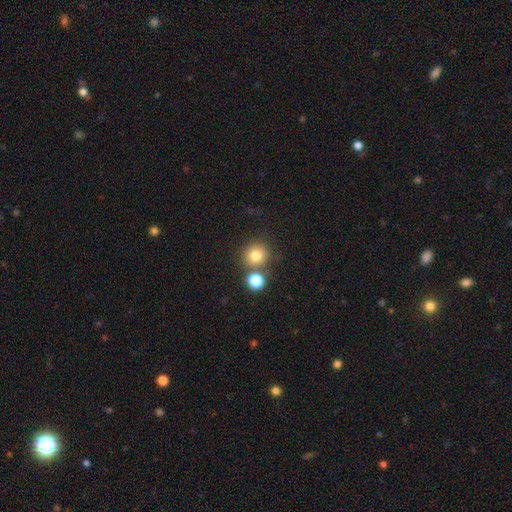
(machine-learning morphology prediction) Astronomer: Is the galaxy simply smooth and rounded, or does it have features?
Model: smooth — 79%.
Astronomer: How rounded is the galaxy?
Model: round — 90%.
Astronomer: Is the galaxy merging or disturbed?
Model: none — 70%.